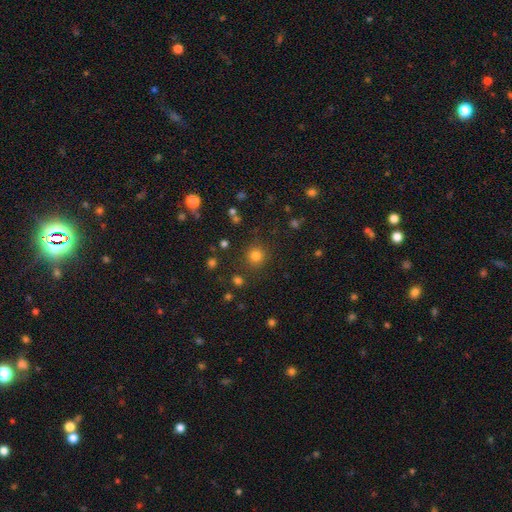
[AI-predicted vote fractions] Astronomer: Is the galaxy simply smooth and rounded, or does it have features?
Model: smooth — 80%.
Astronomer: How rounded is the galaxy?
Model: round — 93%.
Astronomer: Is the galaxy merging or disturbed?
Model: none — 86%.